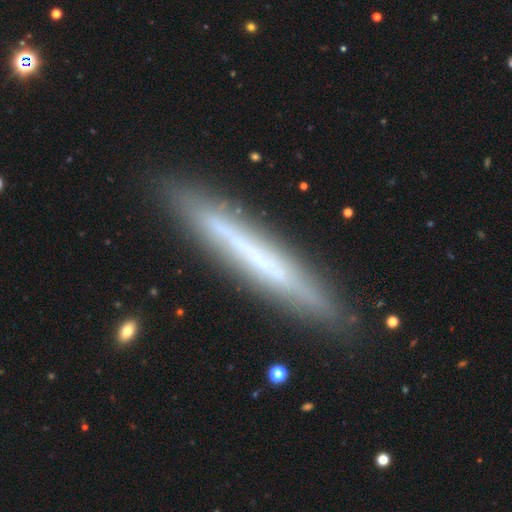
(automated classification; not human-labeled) Morphology: type=featured or disk (63%); edge-on=yes (92%); edge-on bulge=none (86%); merging=none (87%).